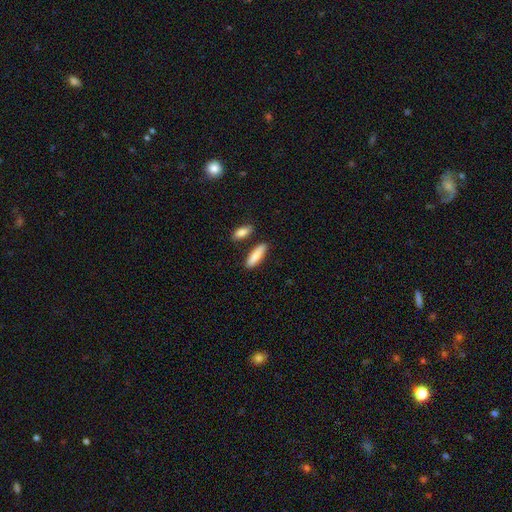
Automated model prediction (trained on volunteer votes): smooth 84%, featured or disk 11%, star or artifact 5%. Down the decision tree: how rounded — cigar-shaped (60%); merging — none (80%).